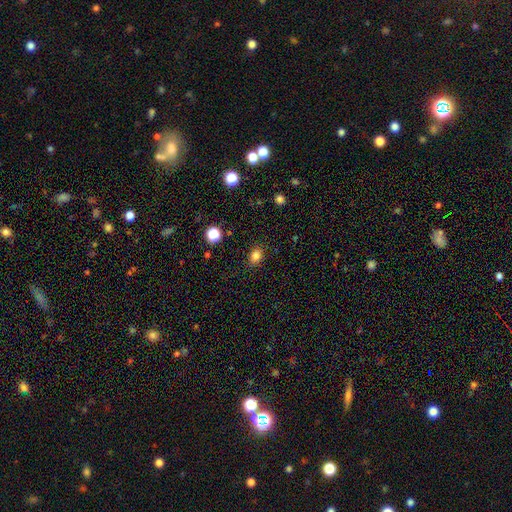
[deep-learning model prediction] Smooth or featured? Predicted: smooth (p=0.82). How rounded? Predicted: in between (p=0.61). Merging? Predicted: none (p=0.85).